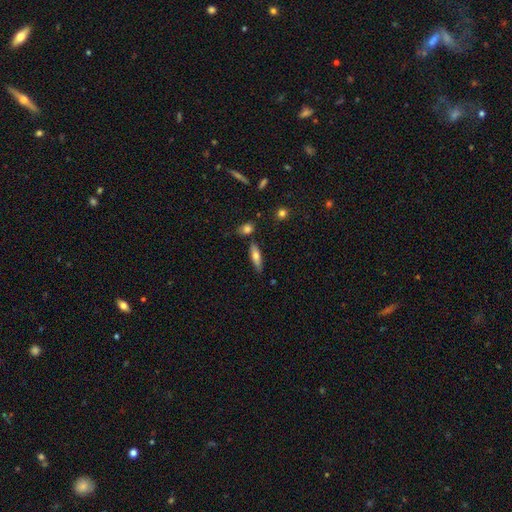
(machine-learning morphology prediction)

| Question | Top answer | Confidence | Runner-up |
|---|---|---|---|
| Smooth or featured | smooth | 66% | featured or disk (27%) |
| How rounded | cigar-shaped | 55% | in between (43%) |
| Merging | none | 74% | minor disturbance (17%) |